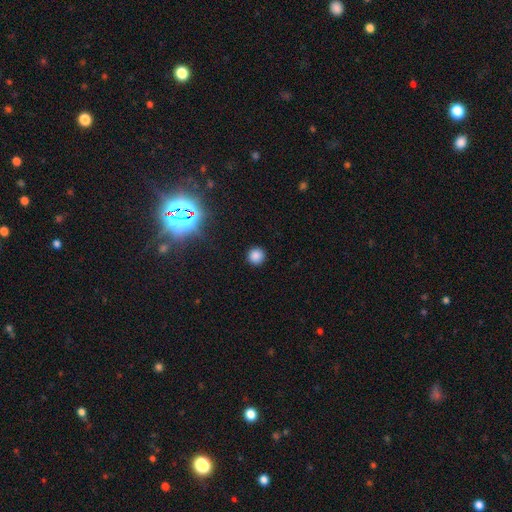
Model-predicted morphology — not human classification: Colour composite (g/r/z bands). It shows a smooth galaxy with no disk features (81%) that is round (95%). Merging: none (91%).